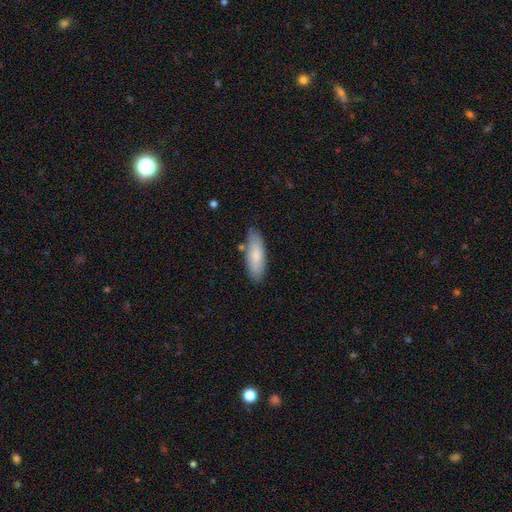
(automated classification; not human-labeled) This appears to be a smooth galaxy with no disk features (78%) that is in between round and cigar-shaped (62%). Merging: none (79%).